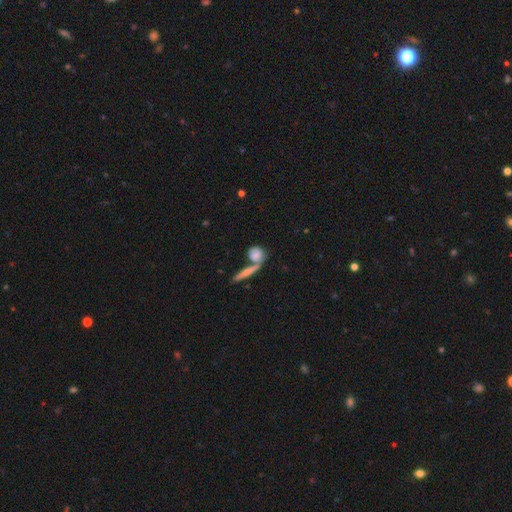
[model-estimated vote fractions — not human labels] Smooth or featured? smooth (74%)
How rounded? round (59%)
Merging? none (55%)